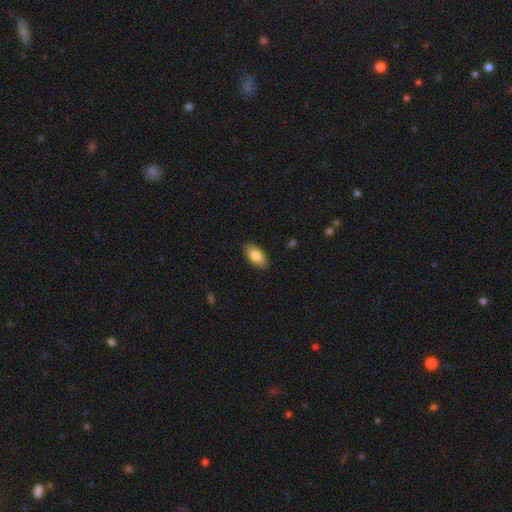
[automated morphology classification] type=smooth (83%); roundness=in between (93%); merging=none (88%).